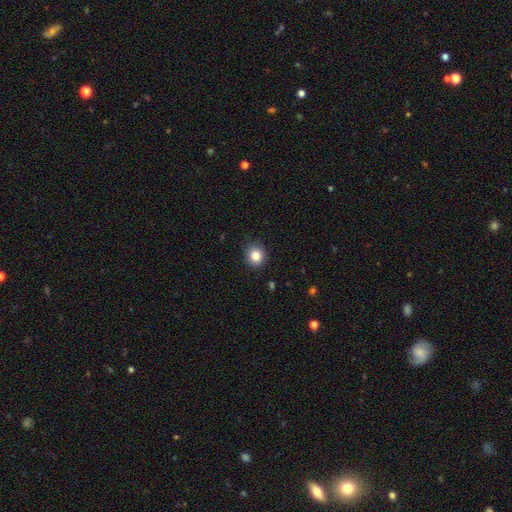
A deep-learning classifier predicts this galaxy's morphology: A smooth galaxy with no disk features (84%) that is round (83%). Merging: none (89%).